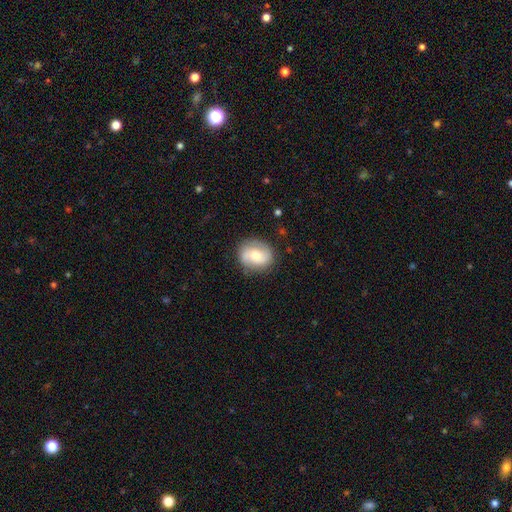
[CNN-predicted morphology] This appears to be a featured or disk galaxy (53%) with no bar (56%), spiral arms (85%) and a moderate central bulge (62%). Merging: none (80%).